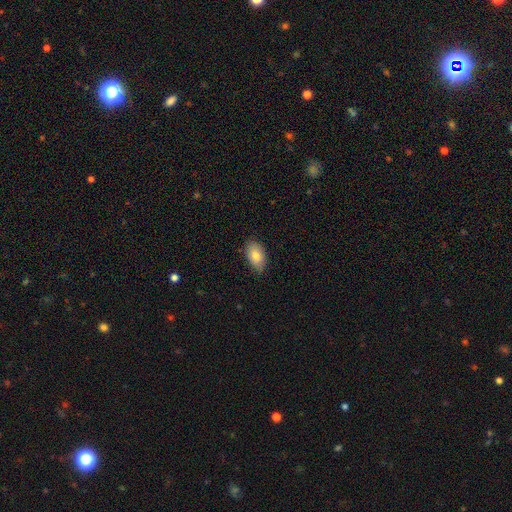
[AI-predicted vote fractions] The model was most divided on "merging": none: 79%, minor disturbance: 18%, major disturbance: 2%, merger: 1%. More confident: how rounded — in between (92%); smooth or featured — smooth (82%).